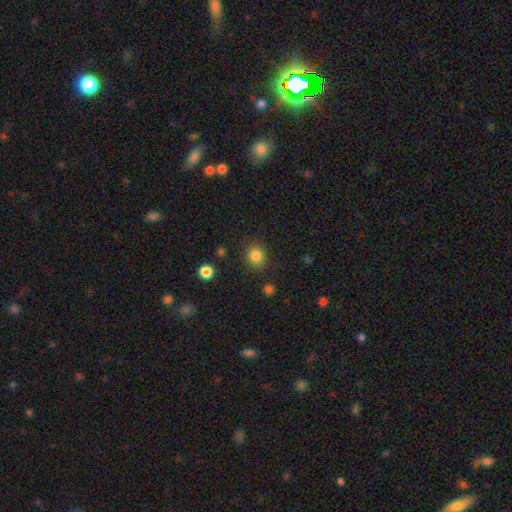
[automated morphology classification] smooth_or_featured: smooth (p=0.84) [alt: star or artifact p=0.11]
how_rounded: round (p=0.80) [alt: in between p=0.19]
merging: none (p=0.86) [alt: minor disturbance p=0.09]